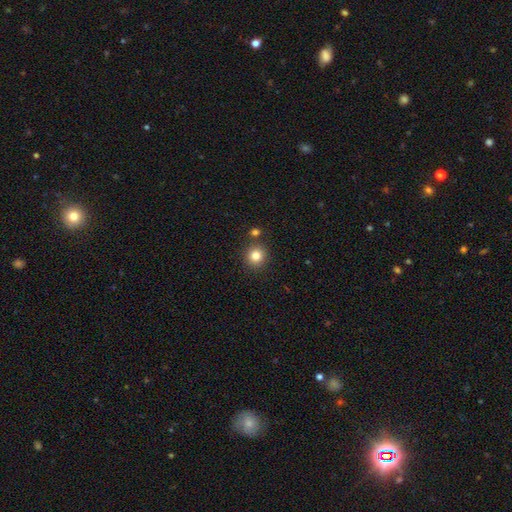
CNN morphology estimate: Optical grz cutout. It shows a smooth galaxy with no disk features (83%) that is round (92%). Merging: none (84%).